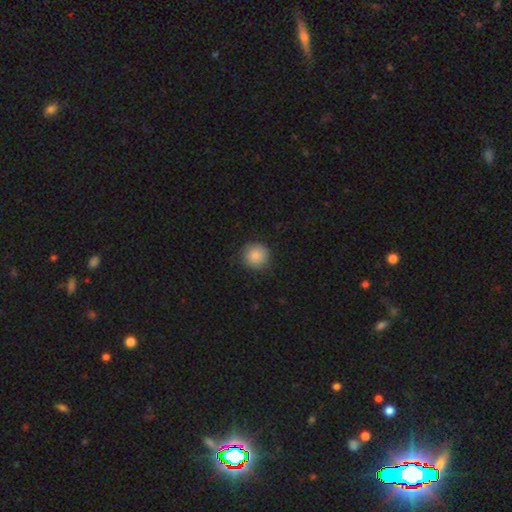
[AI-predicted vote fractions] smooth-or-featured: smooth: 85% | star or artifact: 8% | featured or disk: 7%
  how-rounded: round: 93% | in between: 6% | cigar-shaped: 1%
  merging: none: 85% | minor disturbance: 11% | major disturbance: 3% | merger: 1%